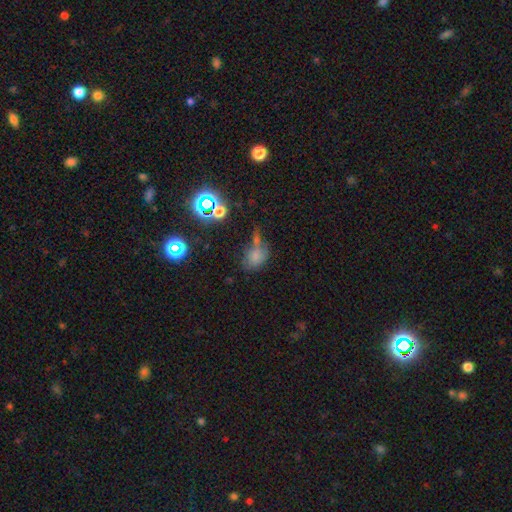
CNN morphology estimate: This is likely a smooth galaxy (64%). How rounded: likely in between (68%). Merging: marginally none (36%).